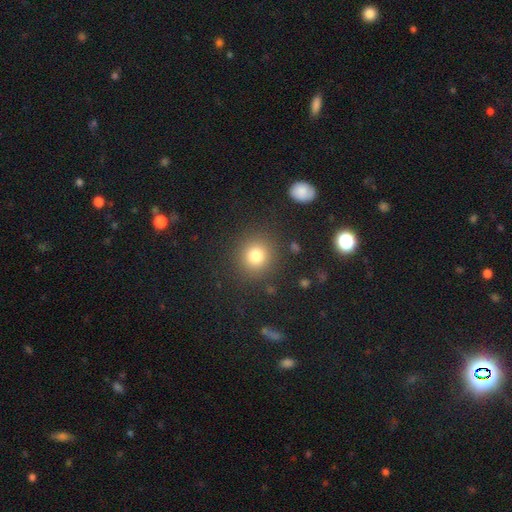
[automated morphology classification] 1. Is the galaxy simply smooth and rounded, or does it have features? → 80% smooth, 13% star or artifact, 7% featured or disk.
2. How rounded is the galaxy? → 88% round, 11% in between, 1% cigar-shaped.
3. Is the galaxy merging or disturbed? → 87% none, 7% minor disturbance, 3% major disturbance, 2% merger.